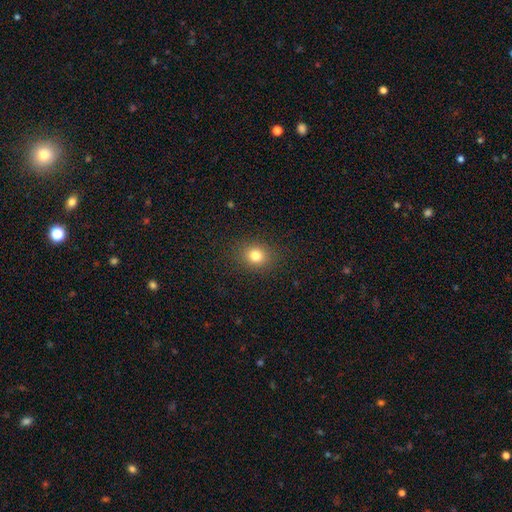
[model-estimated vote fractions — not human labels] The model was most divided on "how rounded": round: 68%, in between: 31%, cigar-shaped: 1%. More confident: merging — none (88%); smooth or featured — smooth (79%).